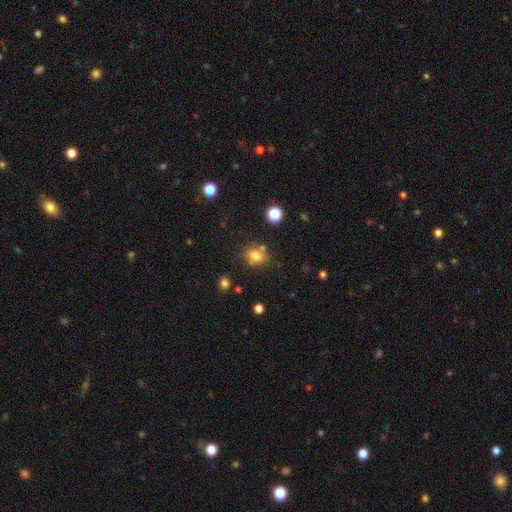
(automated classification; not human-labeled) Morphology: type=smooth (77%); roundness=round (53%); merging=none (66%).